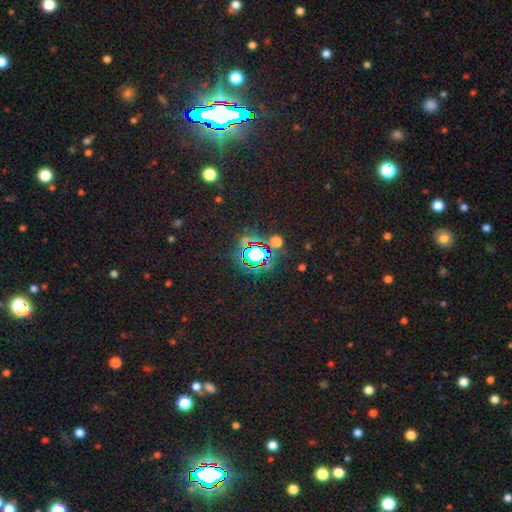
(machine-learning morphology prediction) Overall: star or artifact (69%).